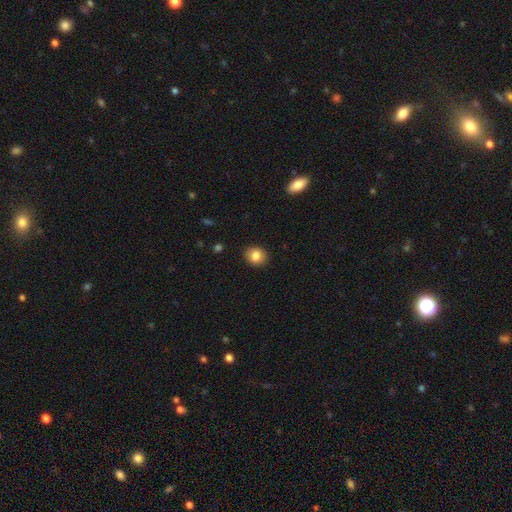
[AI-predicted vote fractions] smooth_or_featured: smooth (p=0.85) [alt: star or artifact p=0.09]
how_rounded: round (p=0.70) [alt: in between p=0.29]
merging: none (p=0.89) [alt: minor disturbance p=0.08]